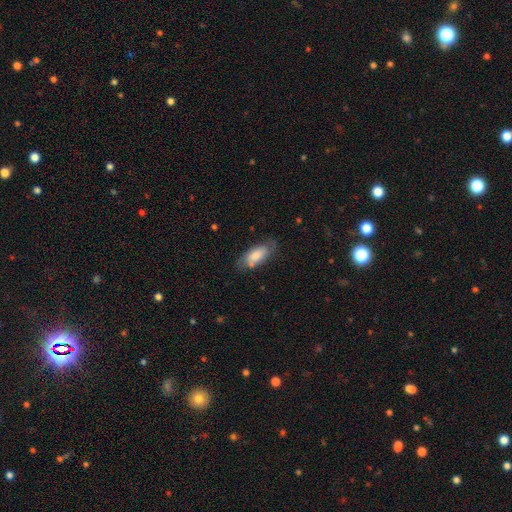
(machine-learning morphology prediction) Smooth or featured? Predicted: smooth (p=0.71). How rounded? Predicted: in between (p=0.83). Merging? Predicted: none (p=0.65).